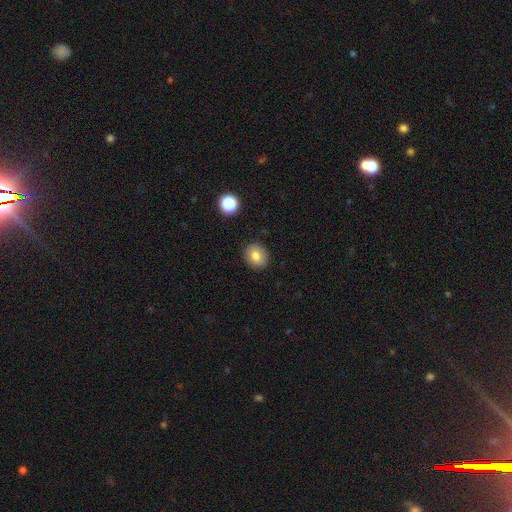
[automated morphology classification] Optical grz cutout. It shows a smooth galaxy with no disk features (79%) that is round (62%). Merging: none (89%).